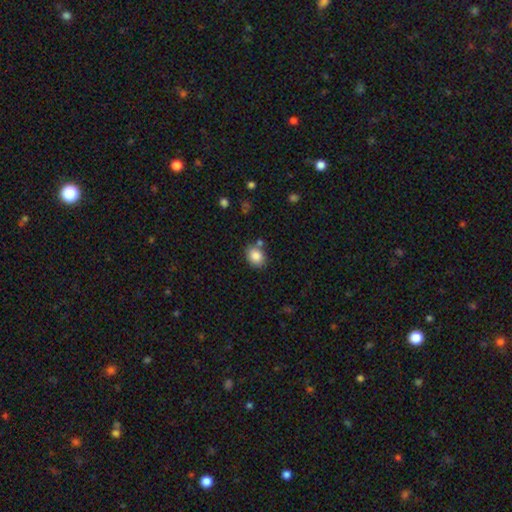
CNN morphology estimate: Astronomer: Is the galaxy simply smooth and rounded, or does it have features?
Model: smooth — 86%.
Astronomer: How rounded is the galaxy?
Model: in between — 54% (runner-up: round, 45%).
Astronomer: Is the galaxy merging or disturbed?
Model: none — 74%.